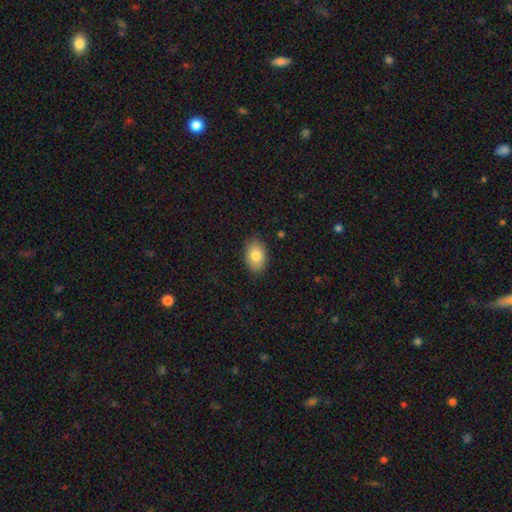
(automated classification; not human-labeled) Q: Smooth or featured?
A: smooth (81%); runner-up: featured or disk (11%)
Q: How rounded?
A: in between (85%); runner-up: round (14%)
Q: Merging?
A: none (86%); runner-up: minor disturbance (11%)